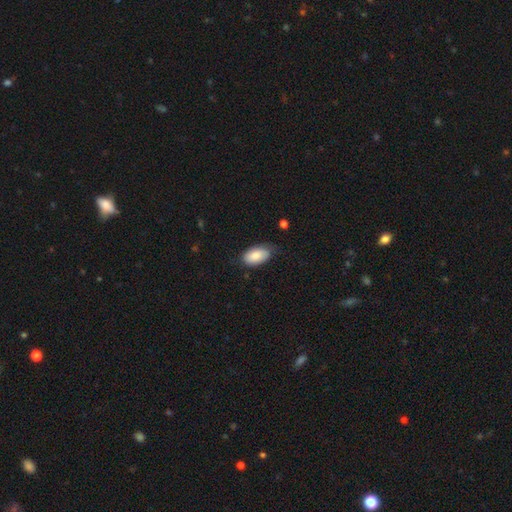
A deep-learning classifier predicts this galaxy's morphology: The model was most divided on "merging": none: 63%, minor disturbance: 30%, major disturbance: 6%, merger: 1%. More confident: how rounded — in between (95%); smooth or featured — smooth (84%).